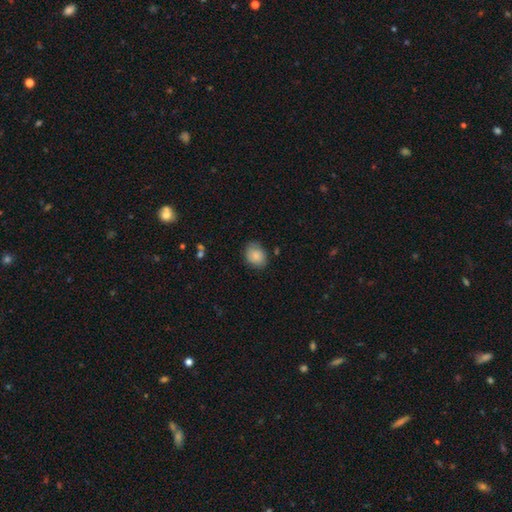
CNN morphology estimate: This appears to be a smooth galaxy with no disk features (85%) that is in between round and cigar-shaped (58%). Merging: none (74%).